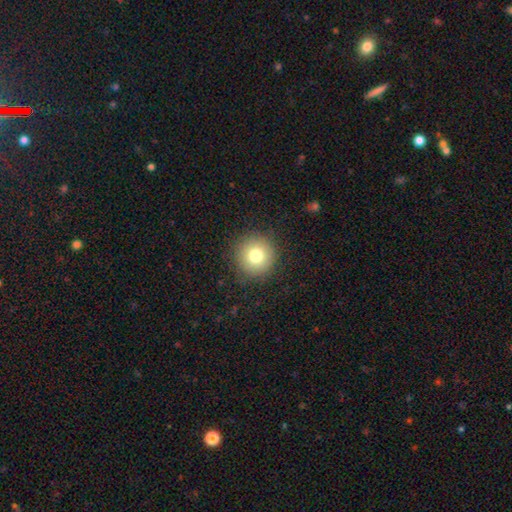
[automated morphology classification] This appears to be a smooth galaxy with no disk features (78%) that is round (94%). Merging: none (88%).